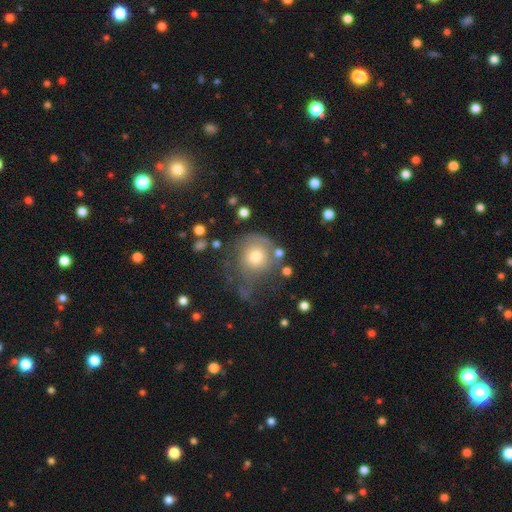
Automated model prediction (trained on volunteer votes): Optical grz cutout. It shows a smooth galaxy with no disk features (57%) that is round (85%). Merging: none (47%).